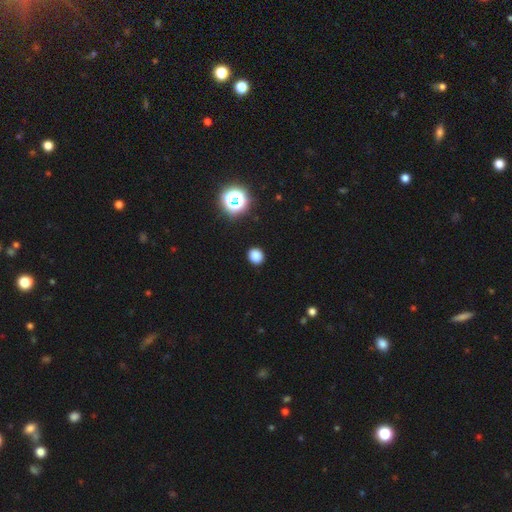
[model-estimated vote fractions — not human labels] Smooth or featured: smooth — 81% (star or artifact — 15%)
How rounded: round — 80% (in between — 19%)
Merging: none — 91% (minor disturbance — 6%)